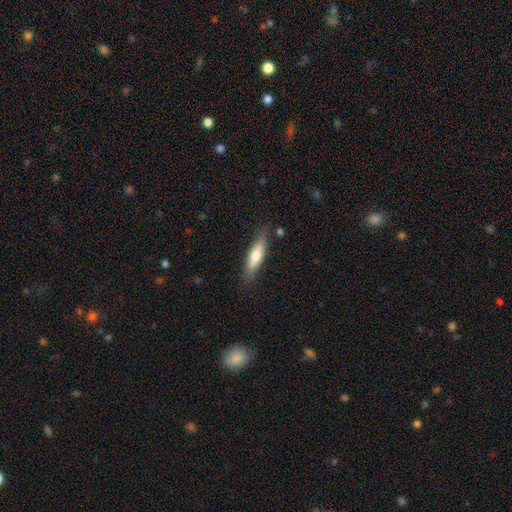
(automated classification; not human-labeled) smooth-or-featured: smooth: 66% | featured or disk: 28% | star or artifact: 6%
  how-rounded: cigar-shaped: 74% | in between: 25% | round: 2%
  merging: none: 82% | minor disturbance: 13% | major disturbance: 3% | merger: 2%